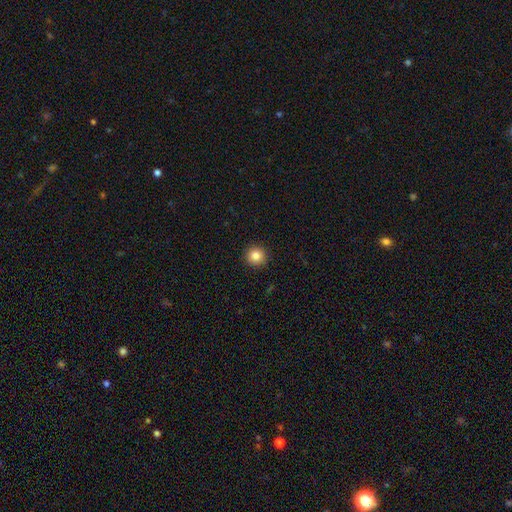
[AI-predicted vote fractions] Morphology: type=smooth (84%); roundness=round (94%); merging=none (92%).